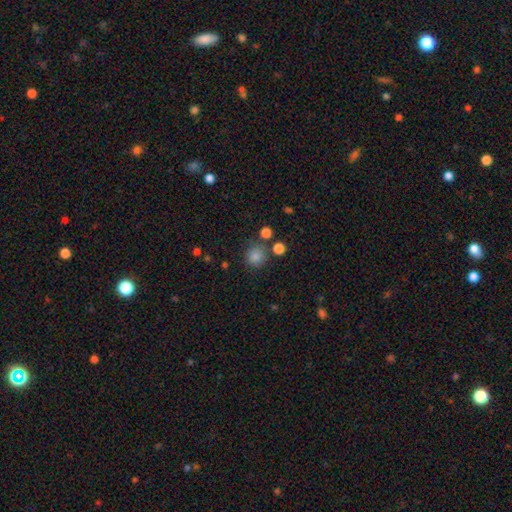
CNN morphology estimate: smooth_or_featured: smooth (p=0.83) [alt: star or artifact p=0.13]
how_rounded: round (p=0.86) [alt: in between p=0.14]
merging: none (p=0.77) [alt: minor disturbance p=0.12]